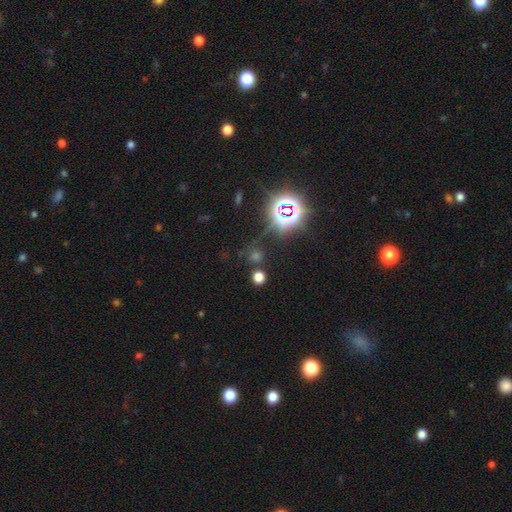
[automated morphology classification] A star or artifact, not a galaxy (55%).

Vote fractions:
- Smooth or featured? star or artifact: 55% / smooth: 37% / featured or disk: 8%